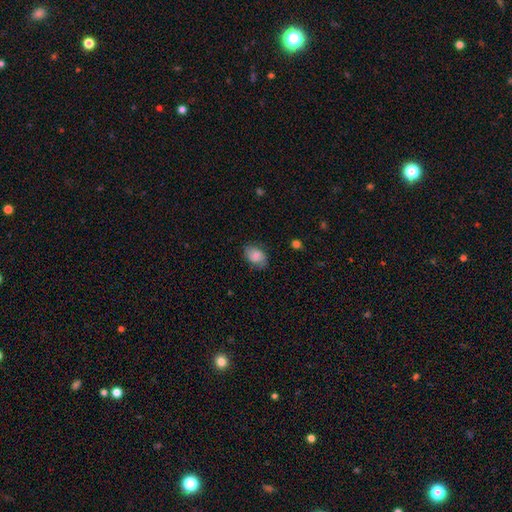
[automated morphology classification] Smooth or featured?
  - smooth: 80% *
  - featured or disk: 12%
  - star or artifact: 8%
How rounded?
  - in between: 81% *
  - round: 18%
  - cigar-shaped: 1%
Merging?
  - none: 73% *
  - minor disturbance: 20%
  - major disturbance: 5%
  - merger: 1%